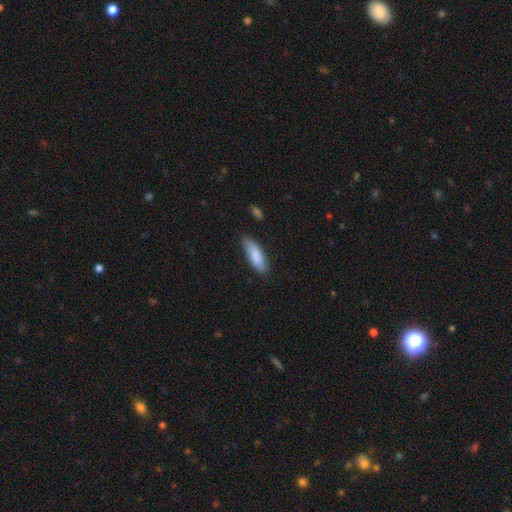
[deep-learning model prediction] Smooth or featured?
  - smooth: 86% *
  - featured or disk: 9%
  - star or artifact: 5%
How rounded?
  - in between: 57% *
  - cigar-shaped: 42%
  - round: 2%
Merging?
  - none: 79% *
  - minor disturbance: 16%
  - major disturbance: 3%
  - merger: 2%